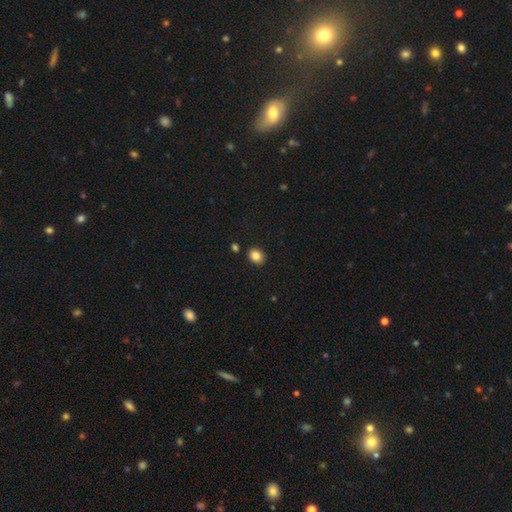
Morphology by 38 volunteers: Volunteers were most divided on "how rounded": in between: 67%, round: 33%, cigar-shaped: 0%. More confident: smooth or featured — smooth (95%); merging — none (86%).